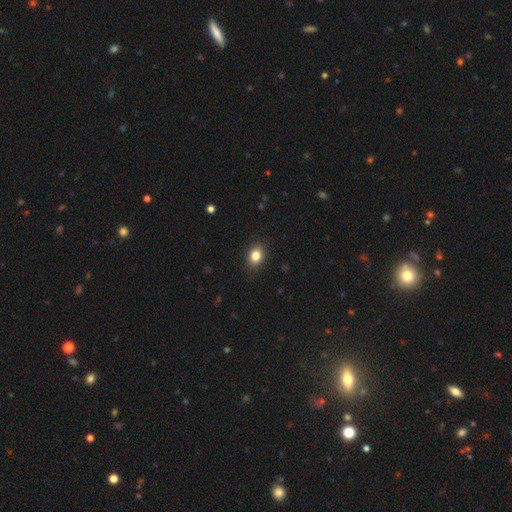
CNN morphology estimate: This is clearly a smooth galaxy (83%). How rounded: possibly in between (55%). Merging: clearly none (89%).